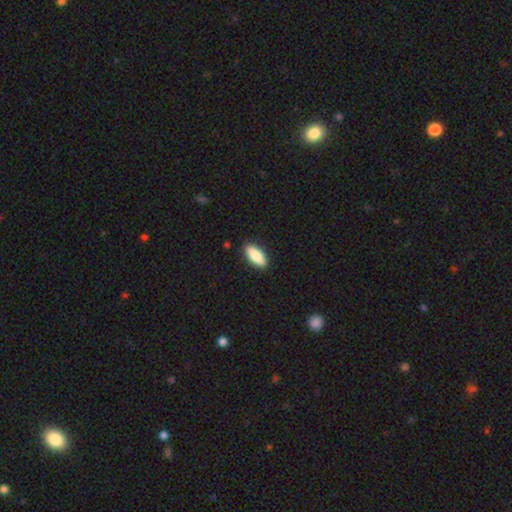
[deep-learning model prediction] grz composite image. It shows a smooth galaxy with no disk features (85%) that is in between round and cigar-shaped (78%). Merging: none (88%).